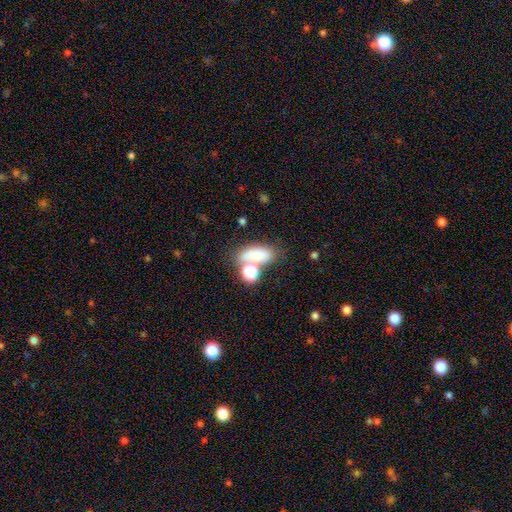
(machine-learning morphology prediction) smooth 74%, star or artifact 13%, featured or disk 13%. Down the decision tree: how rounded — in between (77%); merging — none (47%).